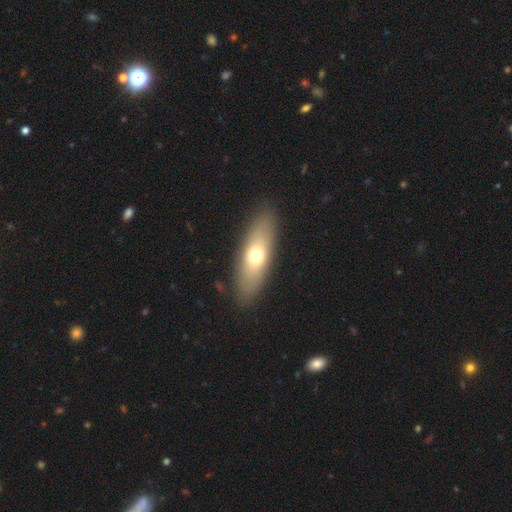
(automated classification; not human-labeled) Q: Smooth or featured?
A: smooth (64%); runner-up: featured or disk (29%)
Q: How rounded?
A: in between (59%); runner-up: cigar-shaped (38%)
Q: Merging?
A: none (88%); runner-up: minor disturbance (8%)